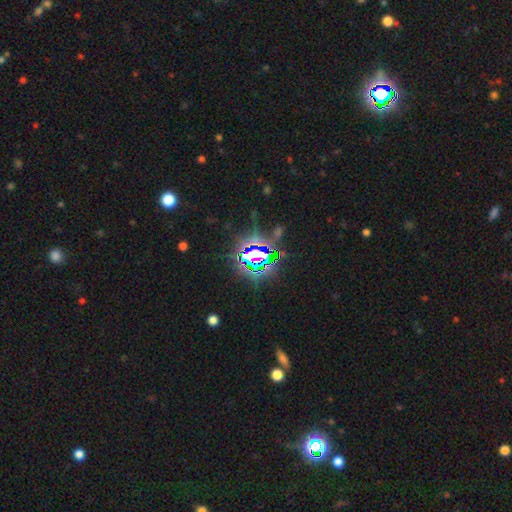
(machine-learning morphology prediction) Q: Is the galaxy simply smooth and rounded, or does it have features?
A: star or artifact — 80%.